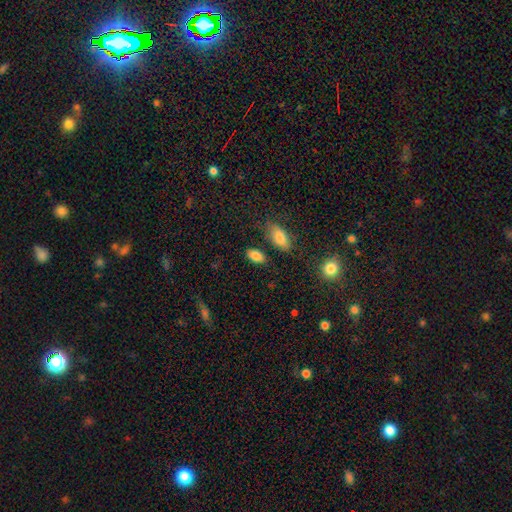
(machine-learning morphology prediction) A smooth galaxy with no disk features (85%) that is in between round and cigar-shaped (92%).

Vote fractions:
- Smooth or featured? smooth: 85% / star or artifact: 8% / featured or disk: 6%
- How rounded? in between: 92% / round: 5% / cigar-shaped: 3%
- Merging? none: 80% / minor disturbance: 11% / merger: 5% / major disturbance: 3%